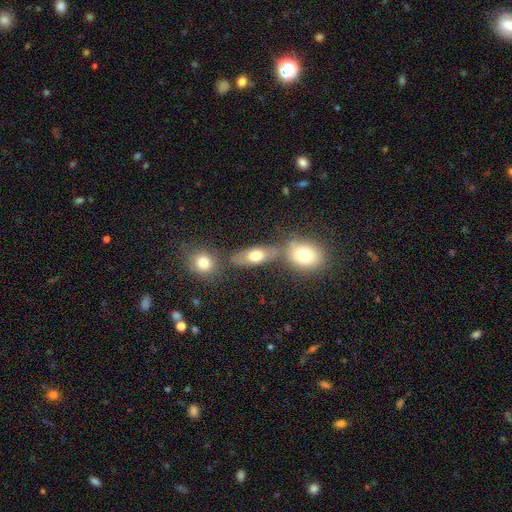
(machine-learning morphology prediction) Smooth or featured?
  - smooth: 68% *
  - featured or disk: 23%
  - star or artifact: 9%
How rounded?
  - in between: 75% *
  - cigar-shaped: 14%
  - round: 11%
Merging?
  - none: 59% *
  - merger: 24%
  - minor disturbance: 12%
  - major disturbance: 5%